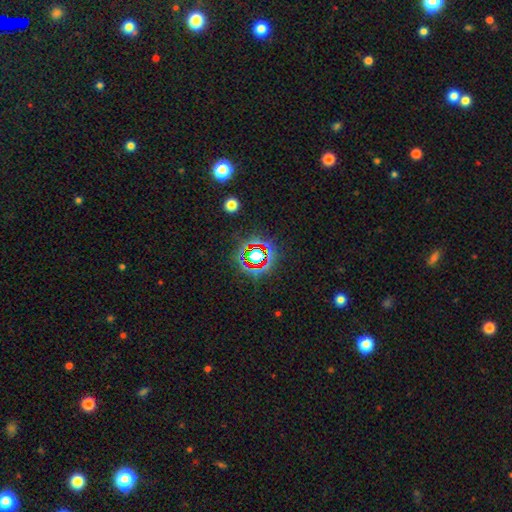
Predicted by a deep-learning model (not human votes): This appears to be a star or artifact, not a galaxy (71%).